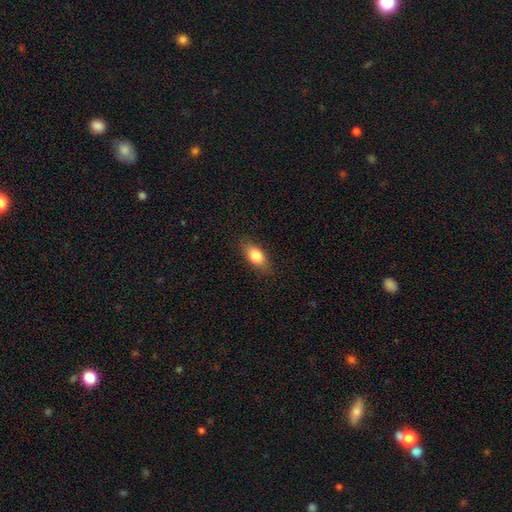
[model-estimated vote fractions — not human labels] The model was most divided on "smooth or featured": smooth: 81%, featured or disk: 11%, star or artifact: 8%. More confident: how rounded — in between (85%); merging — none (84%).